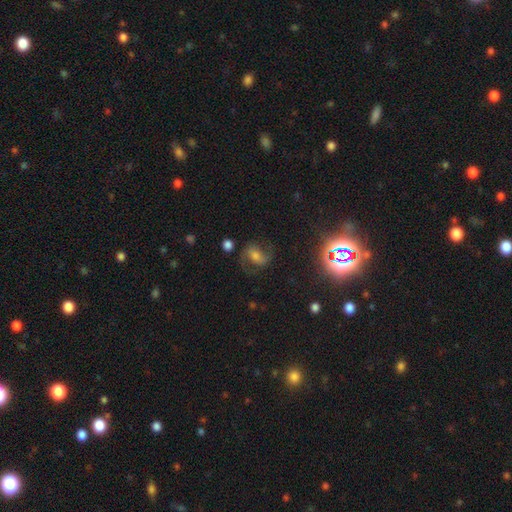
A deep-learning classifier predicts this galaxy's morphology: smooth_or_featured: featured or disk (p=0.60) [alt: star or artifact p=0.22]
disk_edge_on: no (p=0.96) [alt: yes p=0.04]
bar: weak (p=0.40) [alt: no p=0.34]
has_spiral_arms: yes (p=0.91) [alt: no p=0.09]
spiral_winding: medium (p=0.51) [alt: loose p=0.35]
spiral_arm_count: 2 (p=0.86) [alt: can't tell p=0.06]
bulge_size: moderate (p=0.47) [alt: small p=0.35]
merging: none (p=0.69) [alt: minor disturbance p=0.16]